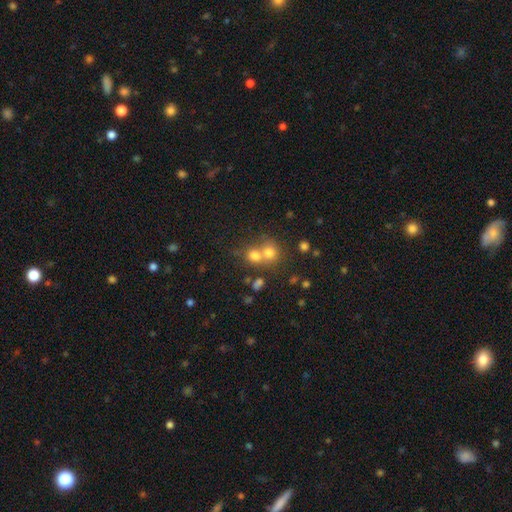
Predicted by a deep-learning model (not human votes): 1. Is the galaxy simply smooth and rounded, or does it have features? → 70% smooth, 16% star or artifact, 13% featured or disk.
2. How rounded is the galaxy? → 81% round, 18% in between, 1% cigar-shaped.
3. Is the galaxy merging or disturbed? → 54% merger, 37% none, 6% minor disturbance, 3% major disturbance.